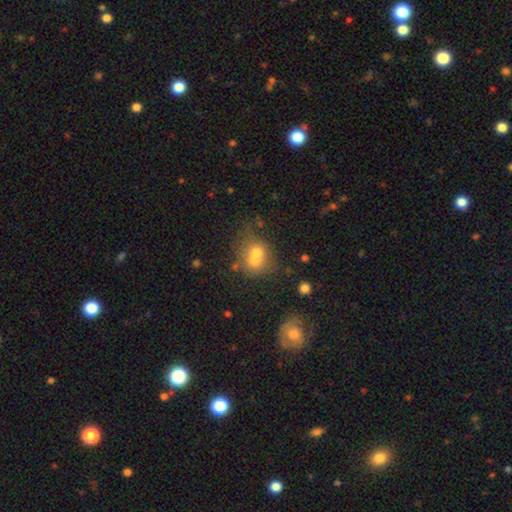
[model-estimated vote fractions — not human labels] Smooth or featured: smooth — 62% (featured or disk — 24%)
How rounded: round — 75% (in between — 24%)
Merging: merger — 60% (none — 29%)